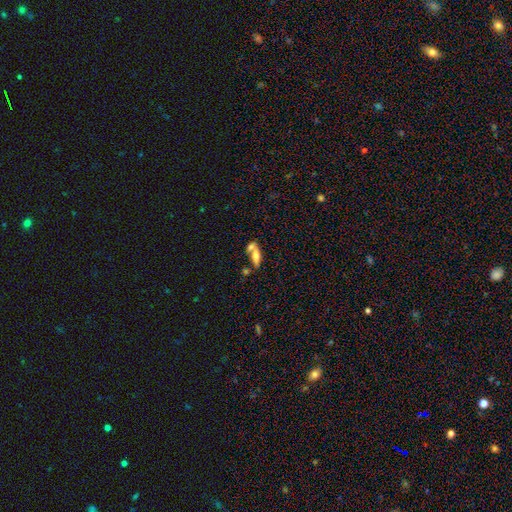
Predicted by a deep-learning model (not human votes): Smooth or featured: smooth — 65% (featured or disk — 26%)
How rounded: in between — 67% (cigar-shaped — 29%)
Merging: merger — 49% (none — 35%)